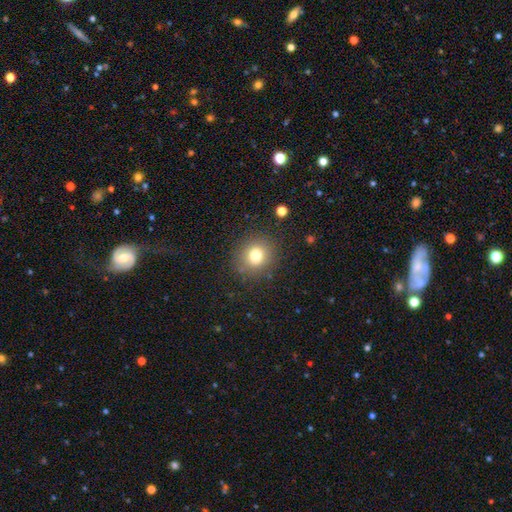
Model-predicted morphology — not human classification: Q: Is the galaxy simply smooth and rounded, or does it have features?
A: smooth — 77%.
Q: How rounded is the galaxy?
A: round — 84%.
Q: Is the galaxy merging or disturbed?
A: none — 86%.